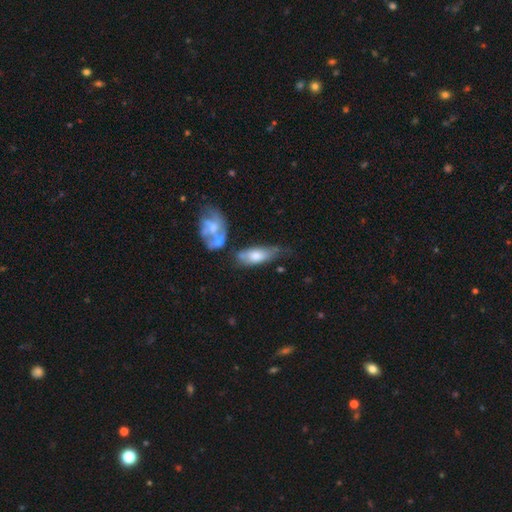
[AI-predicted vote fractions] Morphology: type=smooth (66%); roundness=in between (74%); merging=none (34%).